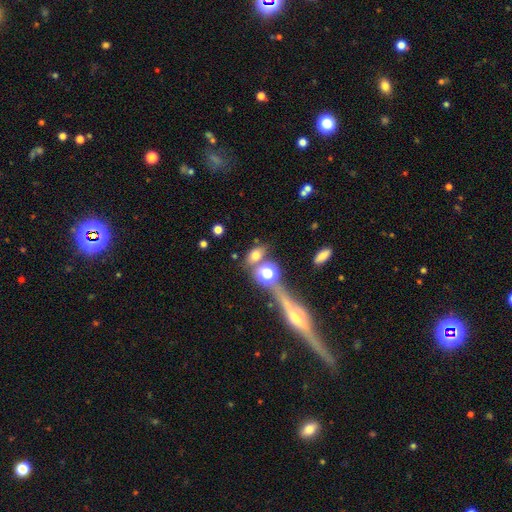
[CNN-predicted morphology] smooth 69%, featured or disk 16%, star or artifact 15%. Down the decision tree: how rounded — in between (68%); merging — none (59%).